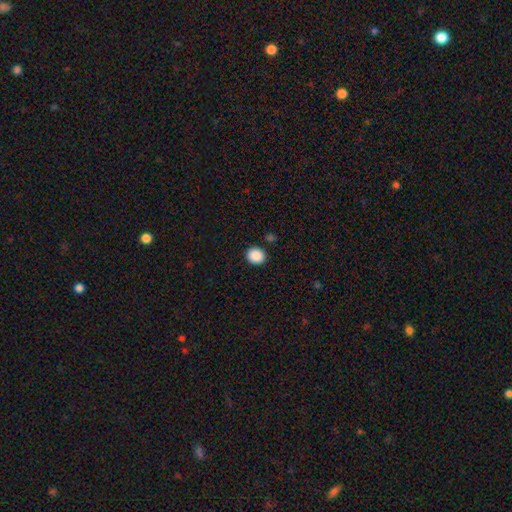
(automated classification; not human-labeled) smooth-or-featured: smooth: 89% | star or artifact: 9% | featured or disk: 3%
  how-rounded: round: 79% | in between: 20% | cigar-shaped: 1%
  merging: none: 90% | minor disturbance: 6% | major disturbance: 2% | merger: 2%